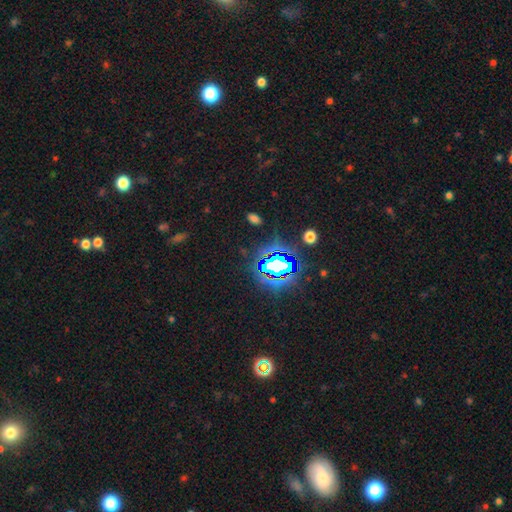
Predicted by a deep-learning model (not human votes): Overall: star or artifact (81%).